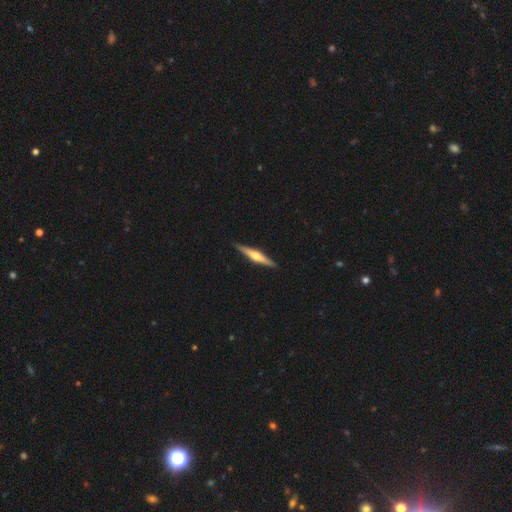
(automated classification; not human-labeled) Morphology: type=featured or disk (69%); edge-on=yes (98%); edge-on bulge=rounded (89%); merging=none (91%).